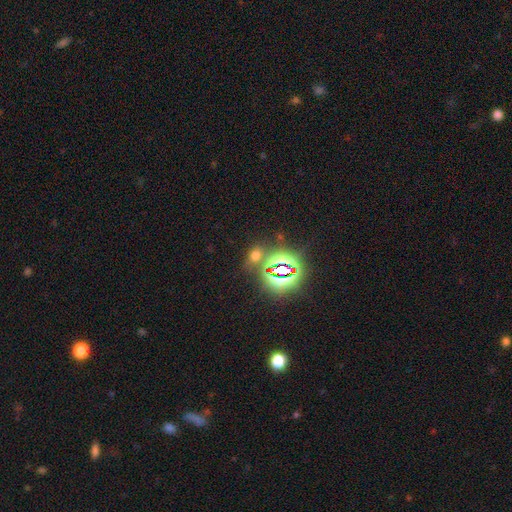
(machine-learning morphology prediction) Smooth or featured?
  - star or artifact: 49% *
  - smooth: 44%
  - featured or disk: 7%